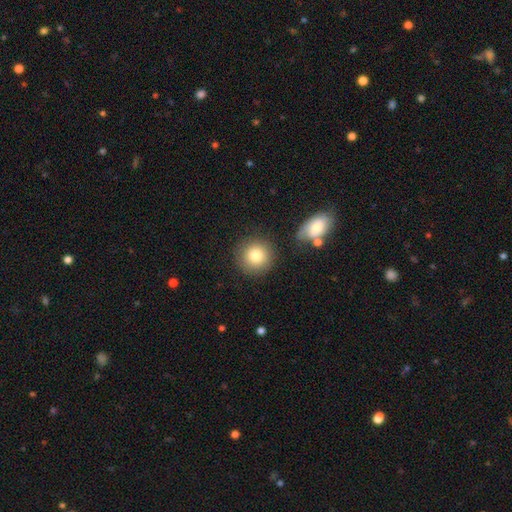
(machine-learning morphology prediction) Smooth or featured? smooth (81%)
How rounded? round (93%)
Merging? none (84%)